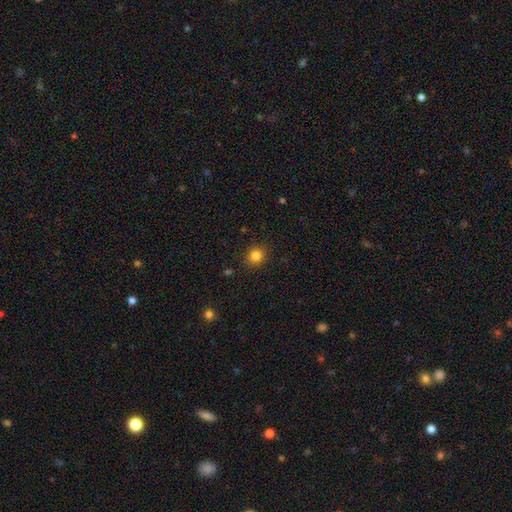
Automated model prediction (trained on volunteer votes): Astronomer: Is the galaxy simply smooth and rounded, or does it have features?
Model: smooth — 82%.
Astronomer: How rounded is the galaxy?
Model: round — 86%.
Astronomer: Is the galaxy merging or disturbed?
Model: none — 89%.